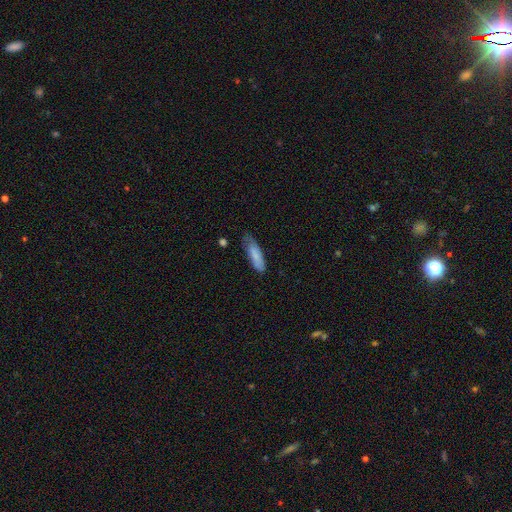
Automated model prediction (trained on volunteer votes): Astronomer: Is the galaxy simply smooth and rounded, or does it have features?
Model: smooth — 79%.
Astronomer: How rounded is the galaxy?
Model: cigar-shaped — 50% (runner-up: in between, 48%).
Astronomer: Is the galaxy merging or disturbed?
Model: none — 59%.